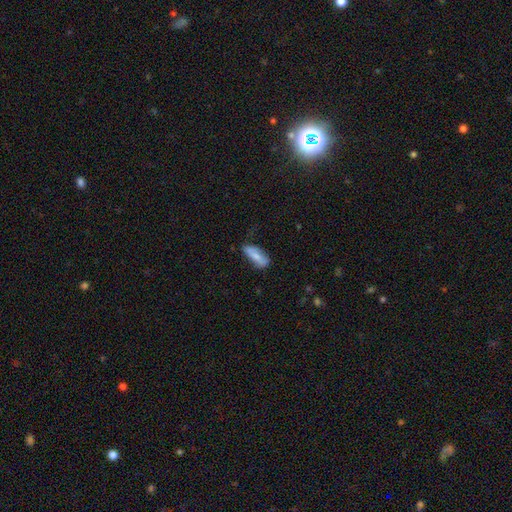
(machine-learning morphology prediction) A smooth galaxy with no disk features (69%) that is in between round and cigar-shaped (65%).

Vote fractions:
- Smooth or featured? smooth: 69% / featured or disk: 24% / star or artifact: 7%
- How rounded? in between: 65% / cigar-shaped: 32% / round: 2%
- Merging? none: 60% / minor disturbance: 29% / major disturbance: 8% / merger: 3%